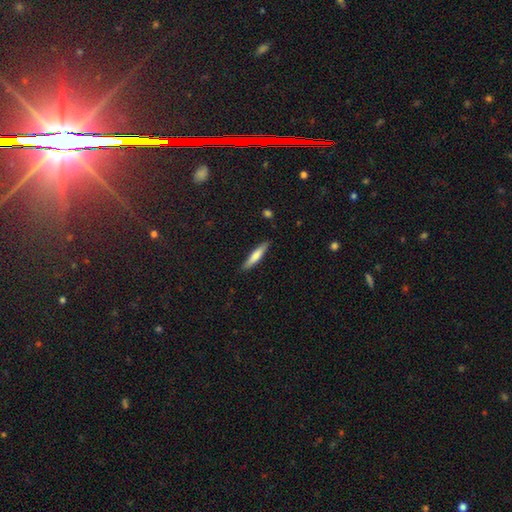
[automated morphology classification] smooth_or_featured: smooth (p=0.69) [alt: featured or disk p=0.25]
how_rounded: cigar-shaped (p=0.87) [alt: in between p=0.12]
merging: none (p=0.87) [alt: minor disturbance p=0.10]